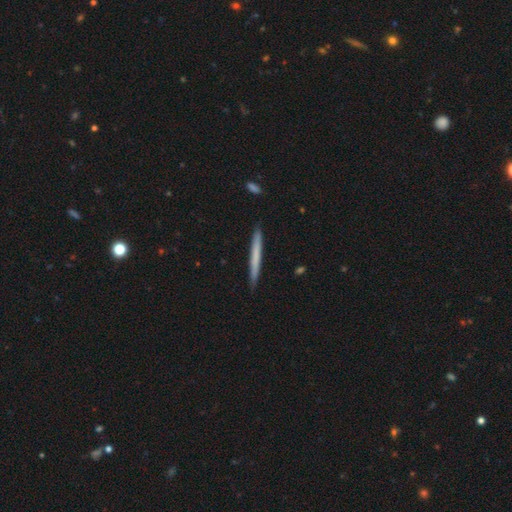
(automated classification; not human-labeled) smooth_or_featured: smooth (p=0.62) [alt: featured or disk p=0.33]
how_rounded: cigar-shaped (p=0.97) [alt: in between p=0.02]
merging: none (p=0.90) [alt: minor disturbance p=0.07]